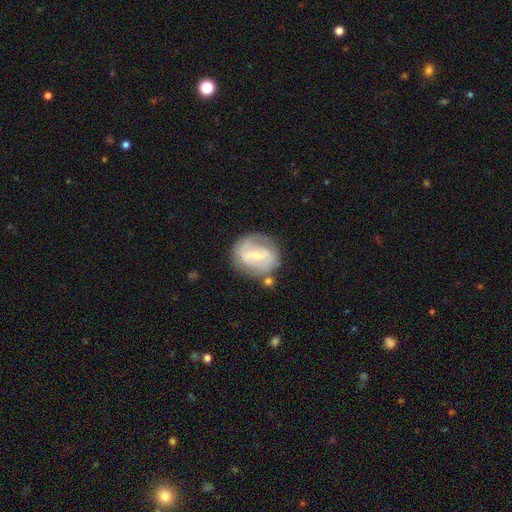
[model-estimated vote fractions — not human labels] Smooth or featured?
  - featured or disk: 66% *
  - smooth: 28%
  - star or artifact: 6%
Edge-on disk?
  - no: 96% *
  - yes: 4%
Bar?
  - weak: 48% *
  - strong: 35%
  - no: 17%
Spiral arms?
  - yes: 67% *
  - no: 33%
Bulge size?
  - small: 54% *
  - moderate: 39%
  - none: 3%
  - large: 2%
  - dominant: 1%
Merging?
  - none: 67% *
  - minor disturbance: 19%
  - major disturbance: 8%
  - merger: 6%